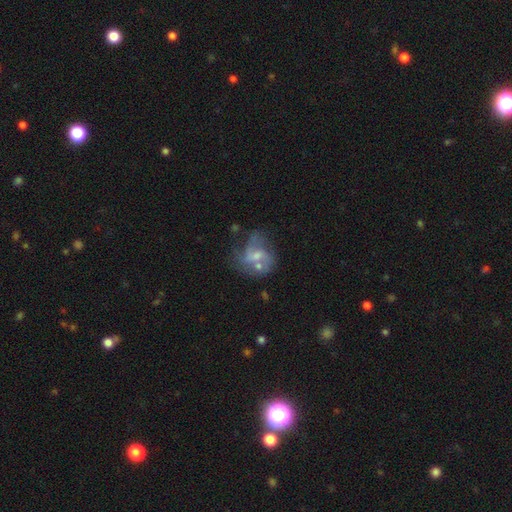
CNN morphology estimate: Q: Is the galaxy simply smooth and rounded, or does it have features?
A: featured or disk — 63%.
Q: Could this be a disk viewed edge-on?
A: no — 98%.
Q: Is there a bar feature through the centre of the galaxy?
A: no — 55%.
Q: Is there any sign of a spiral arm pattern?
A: yes — 63%.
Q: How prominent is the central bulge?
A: small — 44%.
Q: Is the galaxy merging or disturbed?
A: none — 35%.